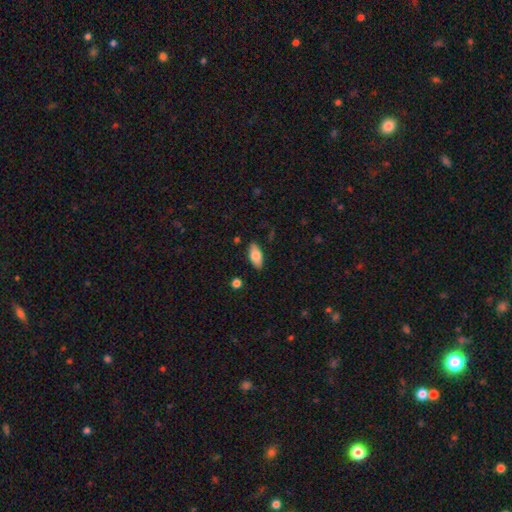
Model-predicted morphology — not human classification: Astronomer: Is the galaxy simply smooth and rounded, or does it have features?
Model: smooth — 78%.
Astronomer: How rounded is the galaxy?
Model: in between — 88%.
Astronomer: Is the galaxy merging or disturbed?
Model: none — 87%.